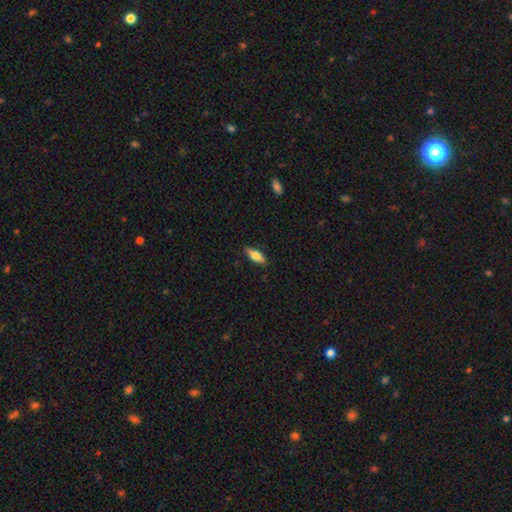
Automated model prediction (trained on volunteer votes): A smooth galaxy with no disk features (69%) that is in between round and cigar-shaped (66%).

Vote fractions:
- Smooth or featured? smooth: 69% / featured or disk: 25% / star or artifact: 6%
- How rounded? in between: 66% / cigar-shaped: 32% / round: 2%
- Merging? none: 87% / minor disturbance: 10% / major disturbance: 2% / merger: 1%